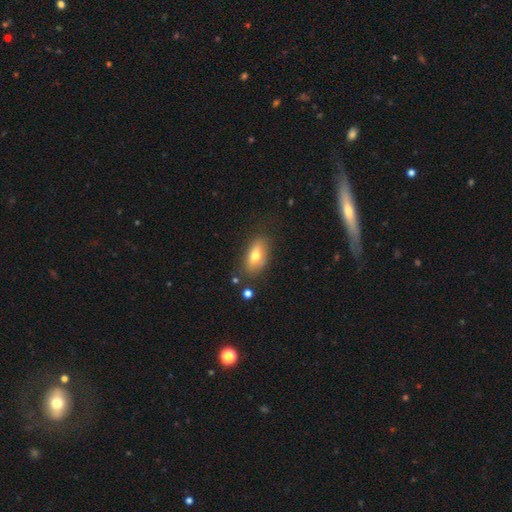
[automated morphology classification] type=smooth (68%); roundness=in between (85%); merging=none (74%).